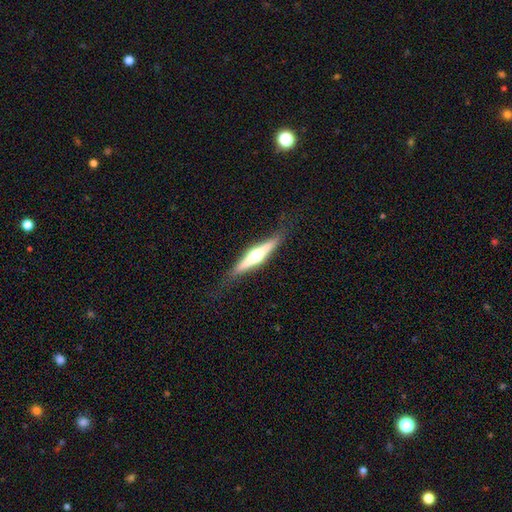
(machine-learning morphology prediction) A featured or disk galaxy (74%) viewed edge-on (97%) with a rounded central bulge (94%).

Vote fractions:
- Smooth or featured? featured or disk: 74% / smooth: 21% / star or artifact: 5%
- Edge-on disk? yes: 97% / no: 3%
- Edge-on bulge? rounded: 94% / boxy: 4% / none: 2%
- Merging? none: 84% / minor disturbance: 11% / major disturbance: 3% / merger: 1%